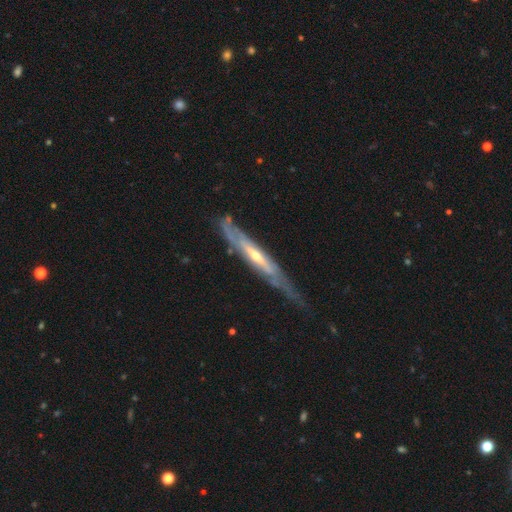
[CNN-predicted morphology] The model was most divided on "edge-on bulge": rounded: 61%, none: 34%, boxy: 5%. More confident: smooth or featured — featured or disk (79%); edge-on disk — yes (72%); merging — none (59%).